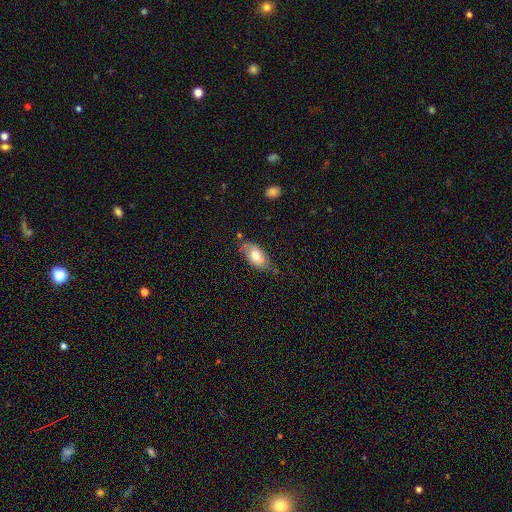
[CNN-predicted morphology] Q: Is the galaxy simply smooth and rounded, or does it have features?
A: smooth — 71%.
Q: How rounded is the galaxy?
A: in between — 92%.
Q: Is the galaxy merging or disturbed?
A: none — 66%.